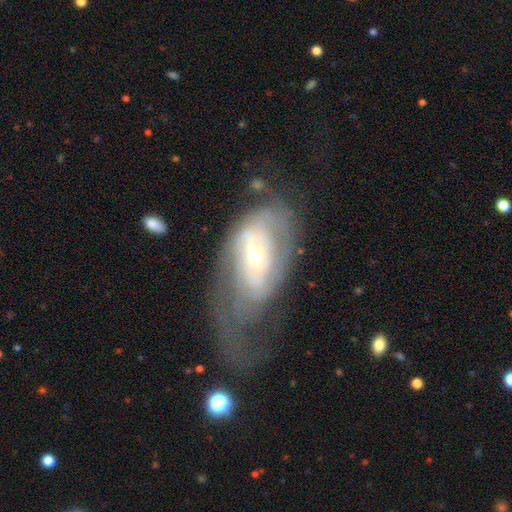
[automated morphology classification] A featured or disk galaxy (75%) with no bar (52%), tight (48%) spiral arms (76%) and a small central bulge (48%).

Vote fractions:
- Smooth or featured? featured or disk: 75% / smooth: 19% / star or artifact: 7%
- Edge-on disk? no: 94% / yes: 6%
- Bar? no: 52% / weak: 33% / strong: 15%
- Spiral arms? yes: 76% / no: 24%
- Spiral winding? tight: 48% / medium: 33% / loose: 20%
- Spiral arm count? can't tell: 41% / 2: 34% / 1: 15% / 3: 6% / 4: 3% / more than 4: 2%
- Bulge size? small: 48% / moderate: 46% / large: 4% / dominant: 1% / none: 1%
- Merging? major disturbance: 48% / none: 27% / minor disturbance: 21% / merger: 4%